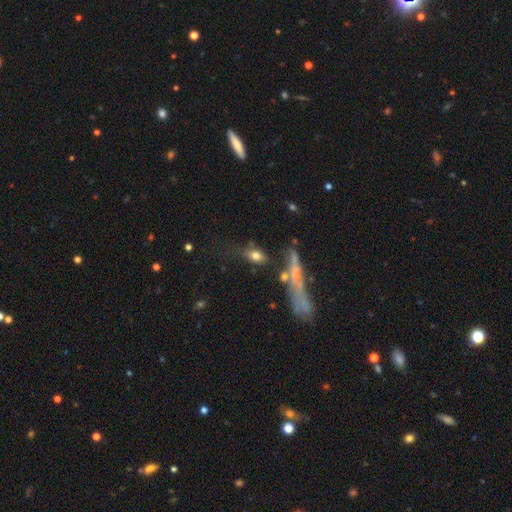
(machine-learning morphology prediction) smooth-or-featured: smooth: 70% | featured or disk: 20% | star or artifact: 10%
  how-rounded: in between: 70% | cigar-shaped: 18% | round: 12%
  merging: none: 59% | minor disturbance: 21% | merger: 10% | major disturbance: 10%